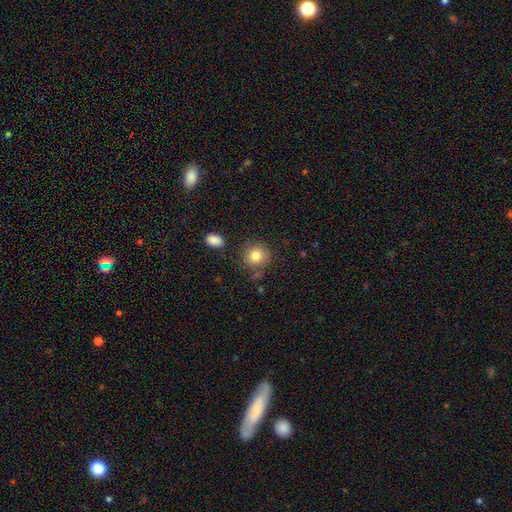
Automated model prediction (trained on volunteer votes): The model was most divided on "merging": none: 78%, minor disturbance: 13%, merger: 5%, major disturbance: 4%. More confident: how rounded — round (88%); smooth or featured — smooth (83%).